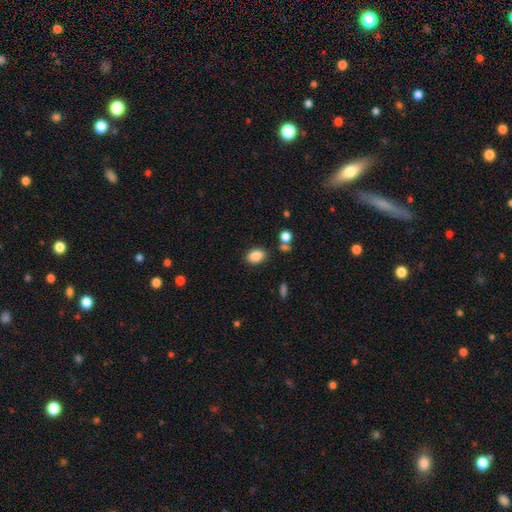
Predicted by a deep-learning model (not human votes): smooth-or-featured: smooth: 86% | star or artifact: 9% | featured or disk: 5%
  how-rounded: in between: 84% | round: 15% | cigar-shaped: 1%
  merging: none: 81% | minor disturbance: 11% | merger: 5% | major disturbance: 3%